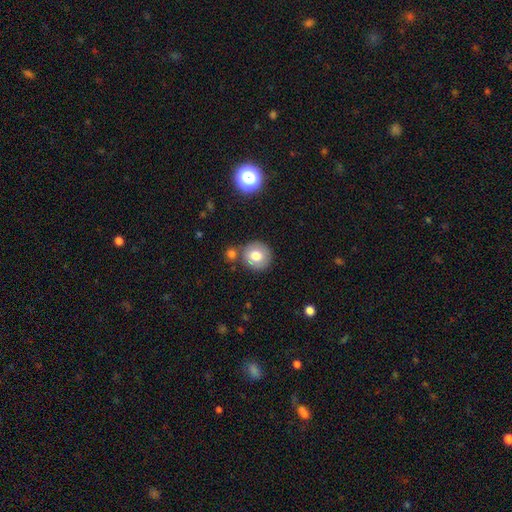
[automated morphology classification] smooth-or-featured: smooth: 75% | featured or disk: 16% | star or artifact: 9%
  how-rounded: round: 89% | in between: 10% | cigar-shaped: 1%
  merging: none: 73% | merger: 12% | minor disturbance: 12% | major disturbance: 4%